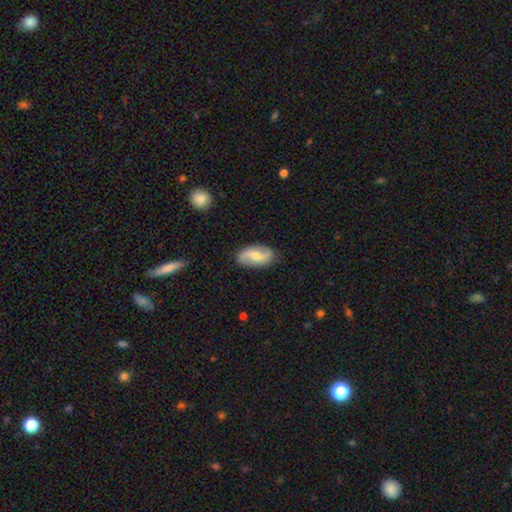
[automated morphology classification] smooth-or-featured: featured or disk: 67% | smooth: 27% | star or artifact: 6%
  disk-edge-on: no: 95% | yes: 5%
    bar: no: 42% | weak: 41% | strong: 17%
    has-spiral-arms: yes: 91% | no: 9%
      spiral-winding: loose: 67% | medium: 23% | tight: 10%
      spiral-arm-count: 2: 91% | can't tell: 4% | 1: 2% | 3: 1% | 4: 1% | more than 4: 1%
    bulge-size: moderate: 55% | small: 38% | large: 3% | none: 2% | dominant: 1%
  merging: none: 83% | minor disturbance: 12% | major disturbance: 3% | merger: 1%